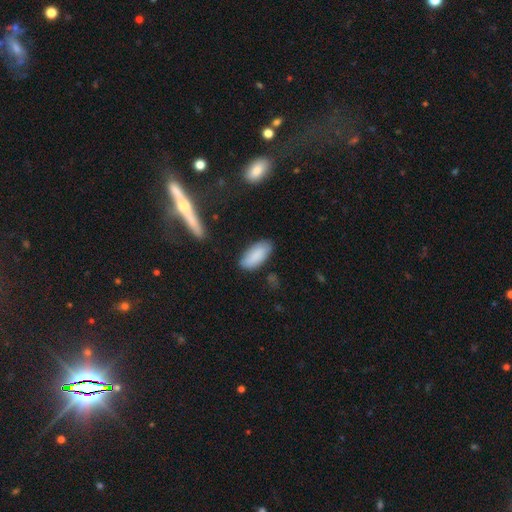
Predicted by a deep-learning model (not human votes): smooth 86%, featured or disk 8%, star or artifact 6%. Down the decision tree: how rounded — in between (89%); merging — none (80%).